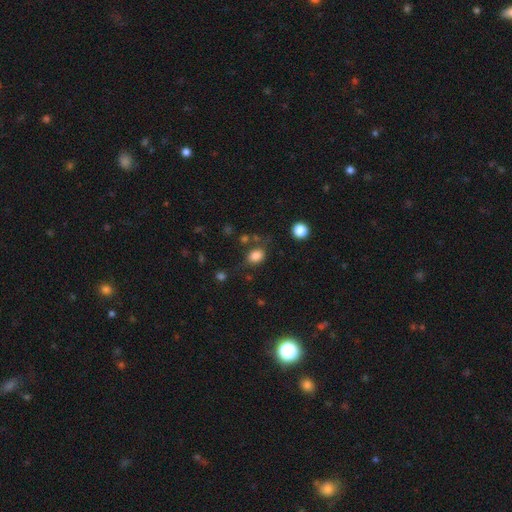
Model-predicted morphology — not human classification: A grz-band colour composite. It shows a smooth galaxy with no disk features (83%) that is in between round and cigar-shaped (65%). Merging: none (67%).